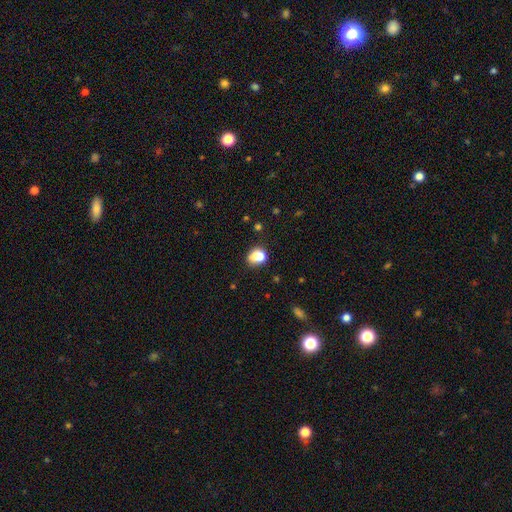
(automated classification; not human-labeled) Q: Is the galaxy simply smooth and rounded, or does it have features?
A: smooth — 74%.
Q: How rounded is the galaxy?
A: round — 56%.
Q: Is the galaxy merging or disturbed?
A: none — 44%.